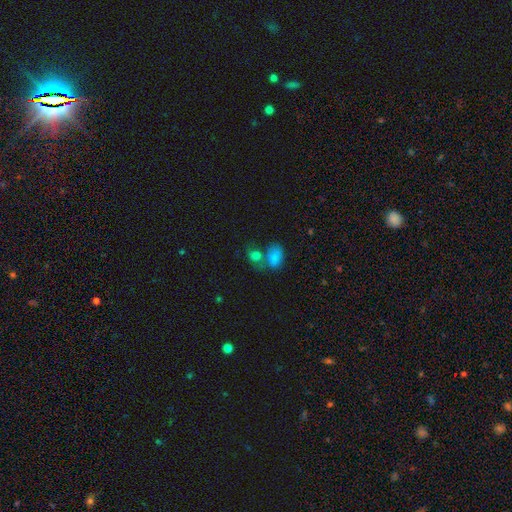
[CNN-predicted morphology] Q: Smooth or featured?
A: smooth (75%); runner-up: star or artifact (14%)
Q: How rounded?
A: in between (62%); runner-up: round (36%)
Q: Merging?
A: merger (46%); runner-up: none (34%)